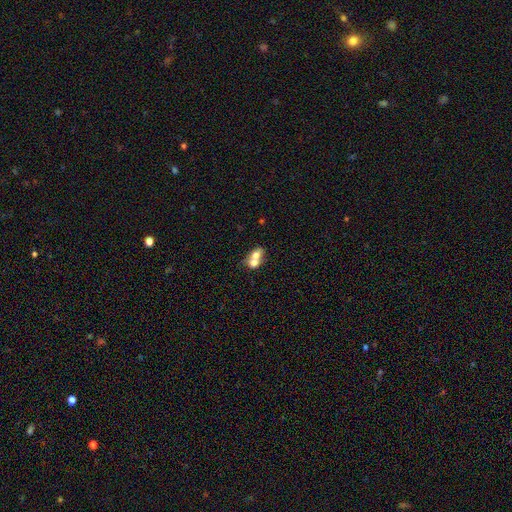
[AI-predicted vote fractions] A smooth galaxy with no disk features (66%) that is in between round and cigar-shaped (52%). Merging: merger (71%).